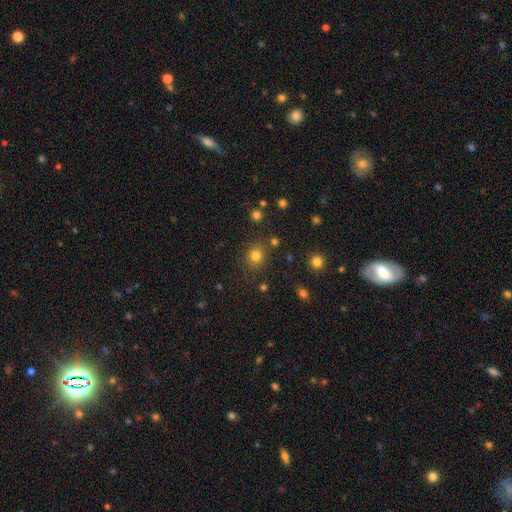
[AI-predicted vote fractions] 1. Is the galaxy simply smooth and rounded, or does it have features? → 80% smooth, 15% star or artifact, 6% featured or disk.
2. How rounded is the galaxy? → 81% round, 18% in between, 1% cigar-shaped.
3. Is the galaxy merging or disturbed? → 83% none, 9% minor disturbance, 4% merger, 3% major disturbance.